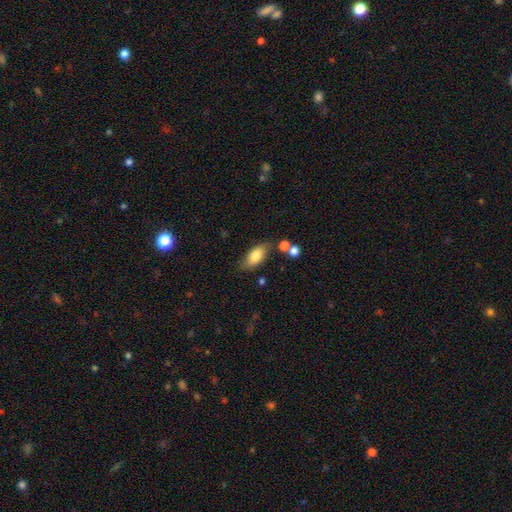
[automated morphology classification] A smooth galaxy with no disk features (77%) that is in between round and cigar-shaped (84%). Merging: none (74%).